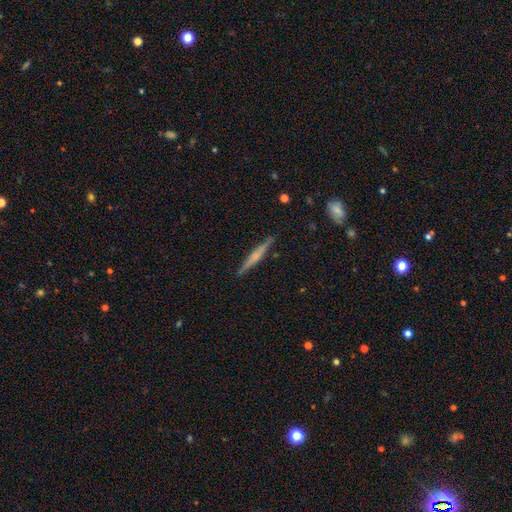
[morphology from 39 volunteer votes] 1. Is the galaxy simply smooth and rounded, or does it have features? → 64% featured or disk, 31% smooth, 5% star or artifact.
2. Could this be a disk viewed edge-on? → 100% yes, 0% no.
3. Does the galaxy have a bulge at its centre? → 56% rounded, 24% none, 20% boxy.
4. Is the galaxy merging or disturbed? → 100% none, 0% minor disturbance, 0% major disturbance, 0% merger.